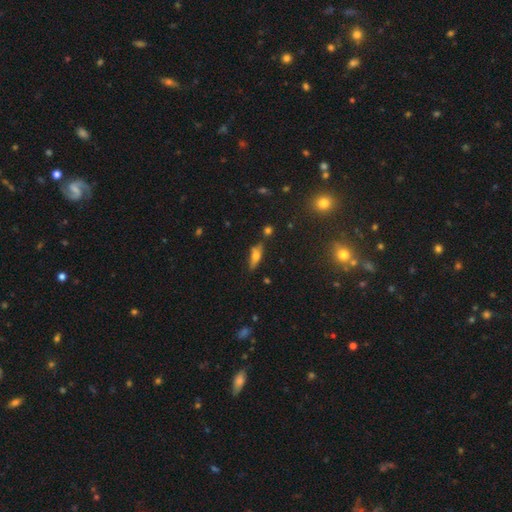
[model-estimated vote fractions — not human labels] smooth 56%, featured or disk 33%, star or artifact 11%. Down the decision tree: how rounded — in between (56%); merging — none (70%).